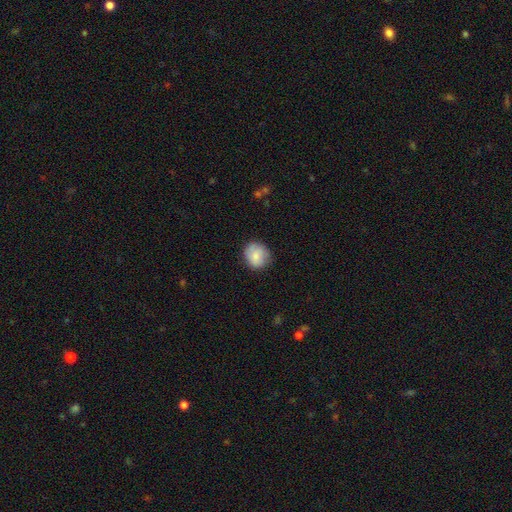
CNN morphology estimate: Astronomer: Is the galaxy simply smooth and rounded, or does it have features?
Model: smooth — 79%.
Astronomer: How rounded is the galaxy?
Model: round — 83%.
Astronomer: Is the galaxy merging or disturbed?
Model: none — 79%.